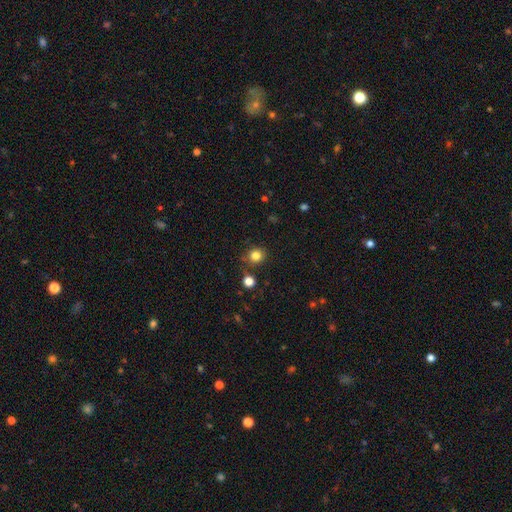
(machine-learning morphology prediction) type=smooth (82%); roundness=round (84%); merging=none (80%).